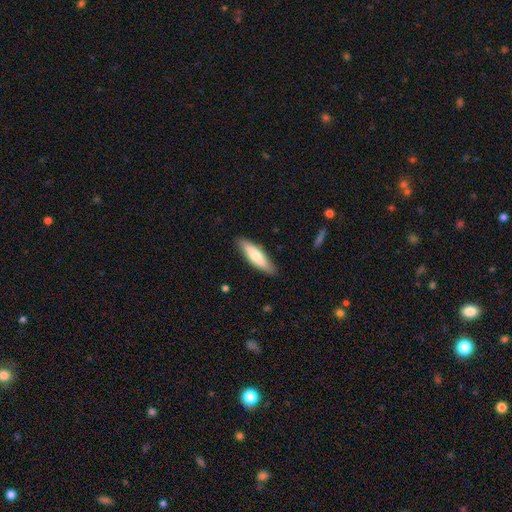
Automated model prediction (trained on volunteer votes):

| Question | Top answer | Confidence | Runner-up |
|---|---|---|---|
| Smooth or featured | smooth | 72% | featured or disk (23%) |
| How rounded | cigar-shaped | 64% | in between (35%) |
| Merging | none | 86% | minor disturbance (11%) |